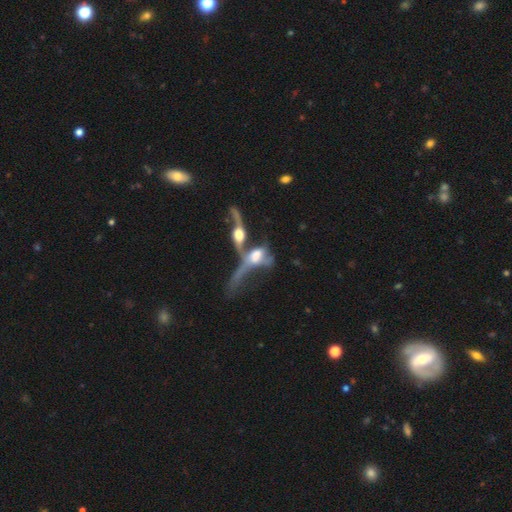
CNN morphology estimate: A featured or disk galaxy (69%). Merging: merger (72%).